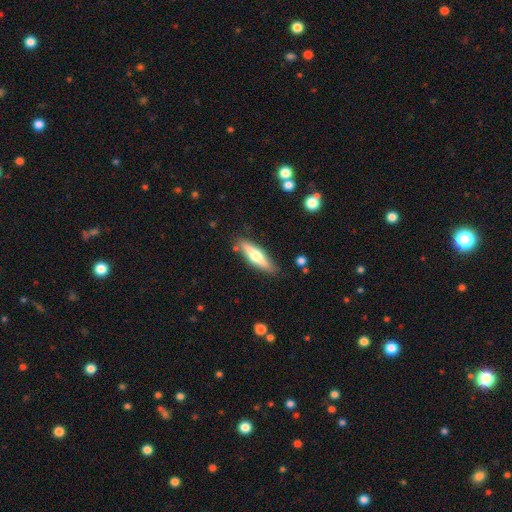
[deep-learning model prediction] Smooth or featured? Predicted: featured or disk (p=0.49). Merging? Predicted: none (p=0.84).